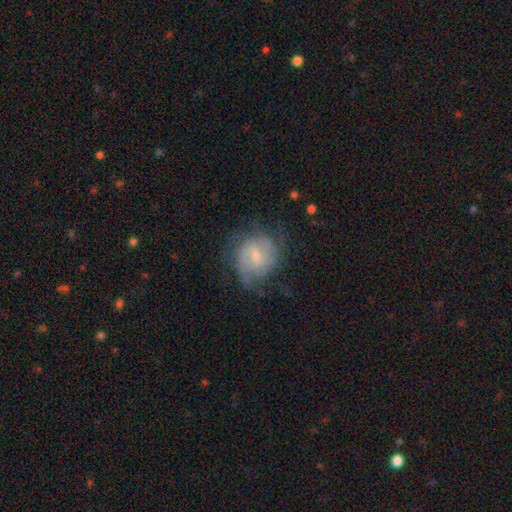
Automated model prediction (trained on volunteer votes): Smooth or featured? featured or disk (73%)
Edge-on disk? no (97%)
Bar? weak (61%)
Spiral arms? yes (89%)
Spiral winding? medium (44%)
Spiral arm count? 2 (49%)
Bulge size? small (59%)
Merging? none (60%)